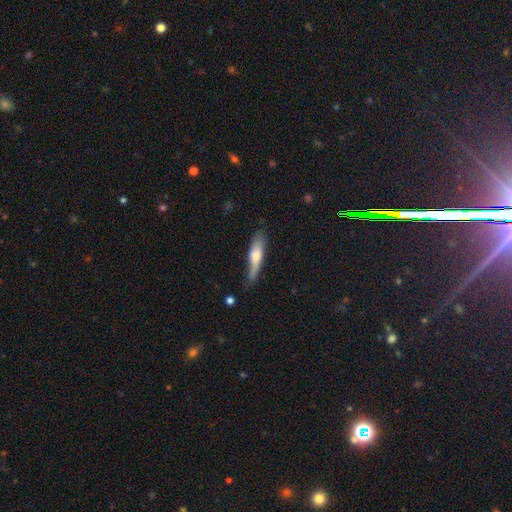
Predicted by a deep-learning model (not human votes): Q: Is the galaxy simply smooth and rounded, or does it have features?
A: smooth — 62%.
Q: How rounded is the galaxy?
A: cigar-shaped — 78%.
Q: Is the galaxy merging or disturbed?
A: none — 59%.